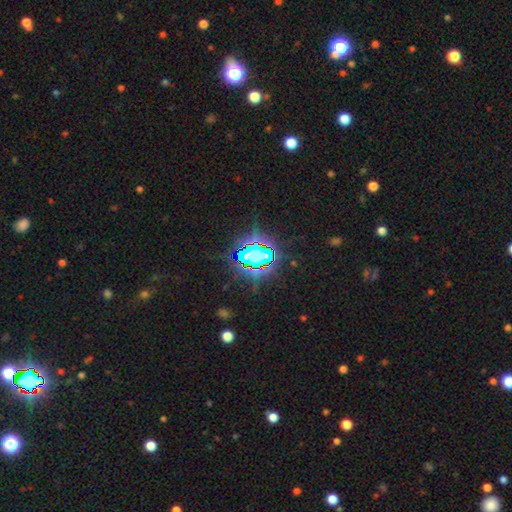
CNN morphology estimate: The model was most divided on "smooth or featured": star or artifact: 73%, smooth: 15%, featured or disk: 13%.